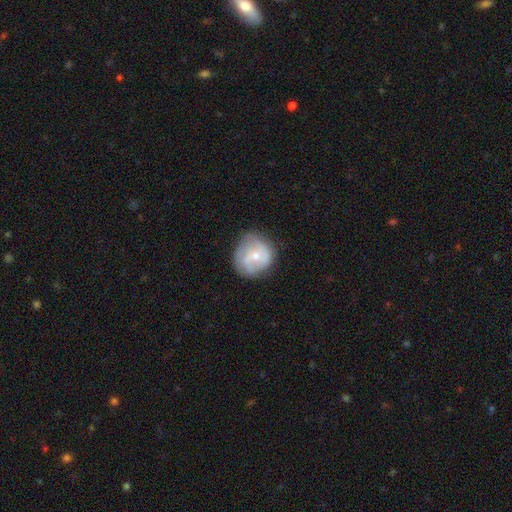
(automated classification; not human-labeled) A featured or disk galaxy (54%) with no bar (68%), spiral arms (71%) and a small central bulge (60%). Merging: none (65%).